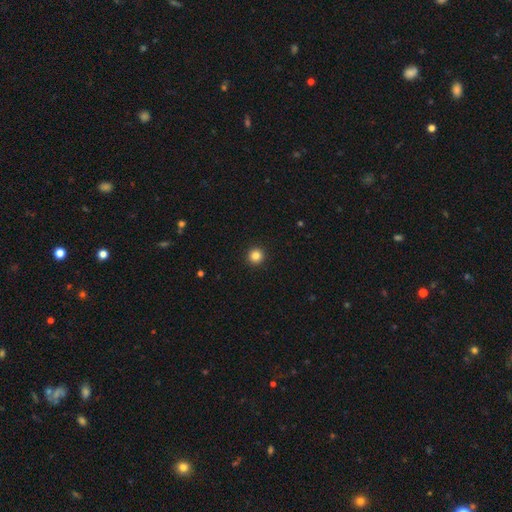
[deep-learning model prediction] Smooth or featured?
  - smooth: 84% *
  - star or artifact: 12%
  - featured or disk: 4%
How rounded?
  - round: 96% *
  - in between: 3%
  - cigar-shaped: 1%
Merging?
  - none: 94% *
  - minor disturbance: 4%
  - major disturbance: 1%
  - merger: 1%